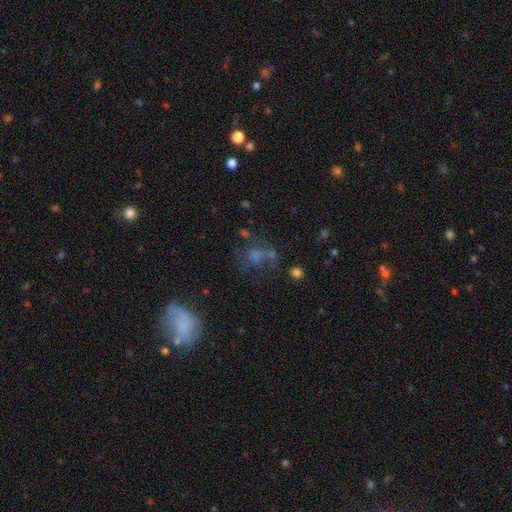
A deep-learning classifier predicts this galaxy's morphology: This appears to be a smooth galaxy with no disk features (36%, tied with featured or disk). Merging: none (44%).